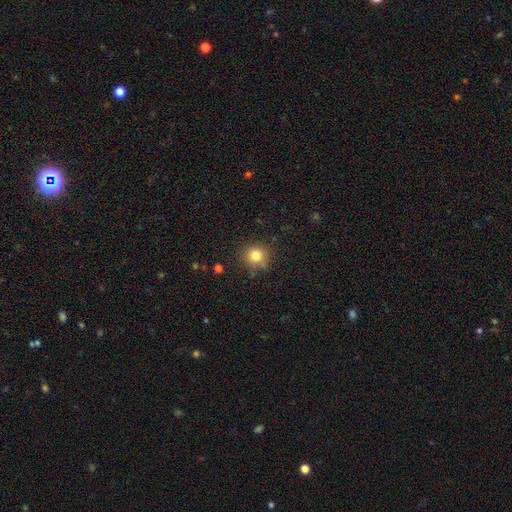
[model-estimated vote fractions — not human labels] Morphology: type=smooth (80%); roundness=round (90%); merging=none (82%).